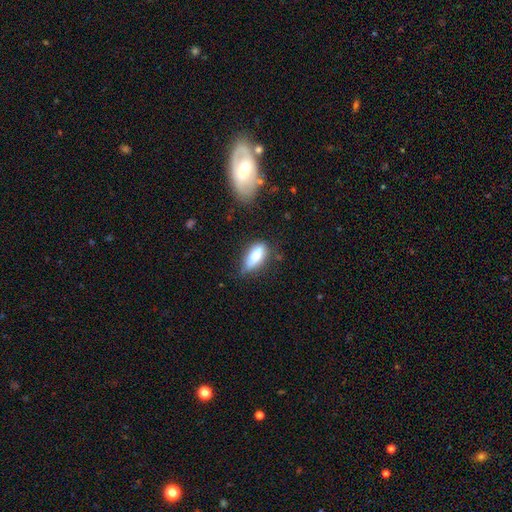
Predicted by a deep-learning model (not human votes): Morphology: type=smooth (75%); roundness=in between (78%); merging=none (59%).